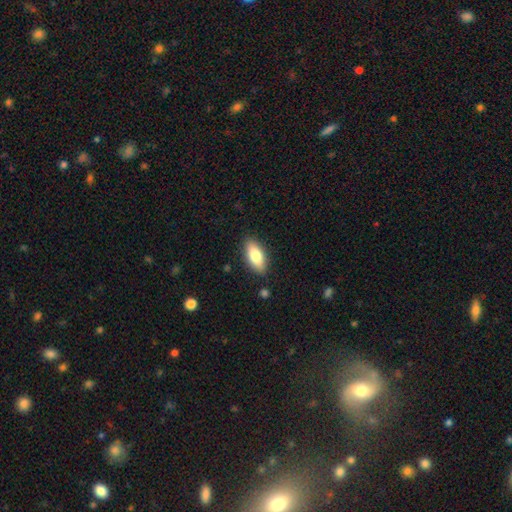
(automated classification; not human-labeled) The model was most divided on "smooth or featured": smooth: 77%, featured or disk: 17%, star or artifact: 6%. More confident: merging — none (86%); how rounded — in between (83%).